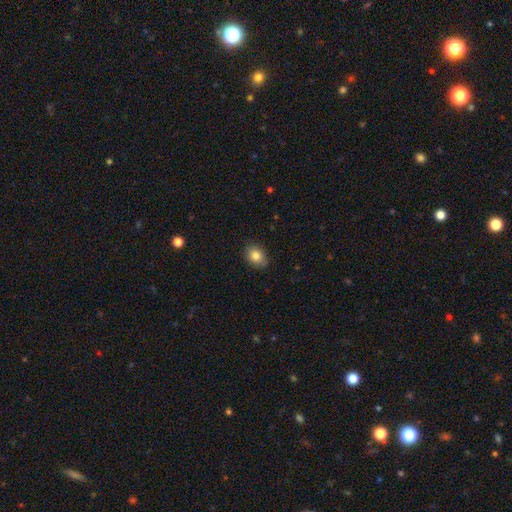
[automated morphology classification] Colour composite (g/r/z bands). It shows a smooth galaxy with no disk features (84%) that is in between round and cigar-shaped (66%). Merging: none (85%).